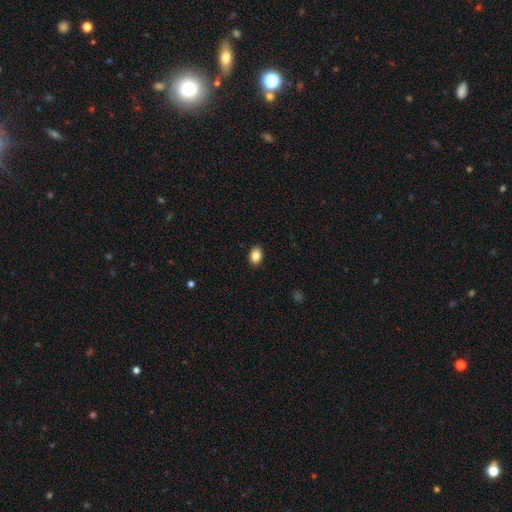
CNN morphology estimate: smooth_or_featured: smooth (p=0.85) [alt: star or artifact p=0.09]
how_rounded: in between (p=0.74) [alt: round p=0.25]
merging: none (p=0.90) [alt: minor disturbance p=0.08]